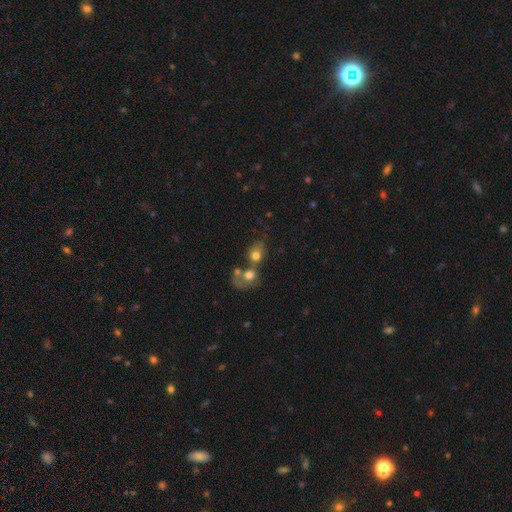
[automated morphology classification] Smooth or featured? smooth (69%)
How rounded? round (52%)
Merging? merger (60%)